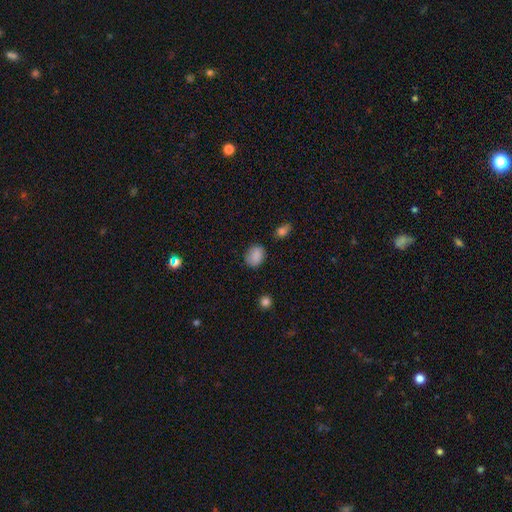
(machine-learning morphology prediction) Smooth or featured: smooth — 86% (star or artifact — 9%)
How rounded: in between — 56% (round — 43%)
Merging: none — 76% (minor disturbance — 18%)